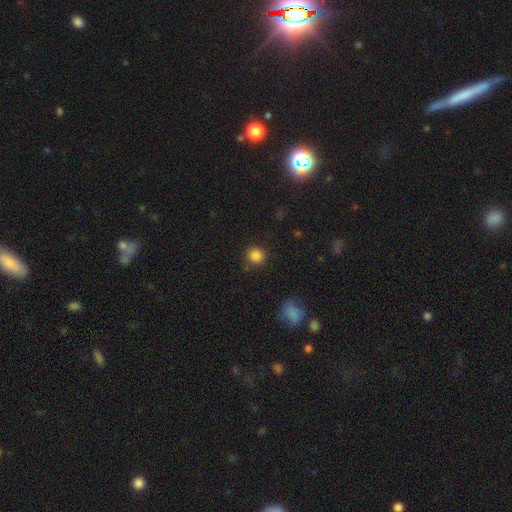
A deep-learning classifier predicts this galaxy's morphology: This is clearly a smooth galaxy (85%). How rounded: clearly round (91%). Merging: clearly none (86%).